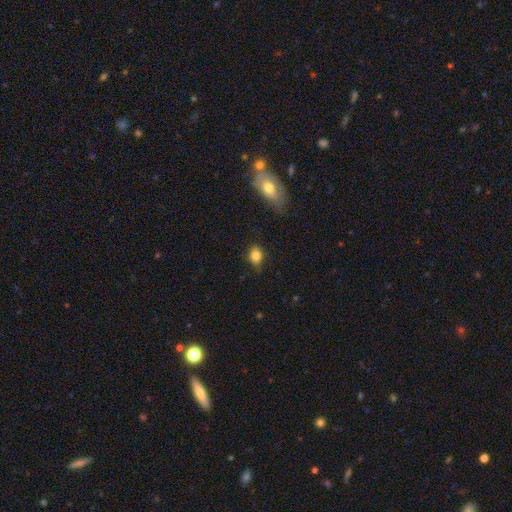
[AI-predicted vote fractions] Q: Smooth or featured?
A: smooth (81%); runner-up: star or artifact (10%)
Q: How rounded?
A: in between (57%); runner-up: round (41%)
Q: Merging?
A: none (69%); runner-up: minor disturbance (23%)